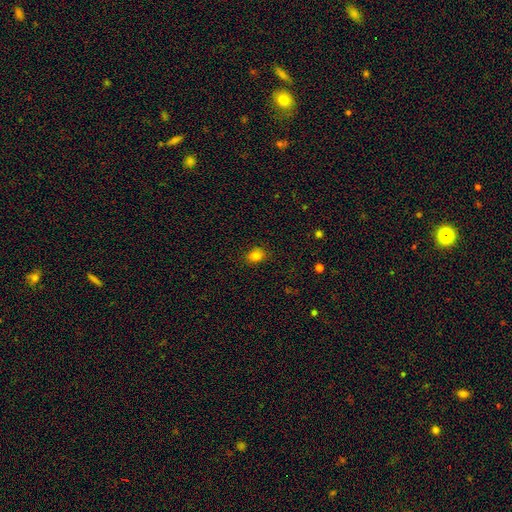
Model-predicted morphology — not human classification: smooth 82%, star or artifact 13%, featured or disk 6%. Down the decision tree: how rounded — in between (51%); merging — none (86%).